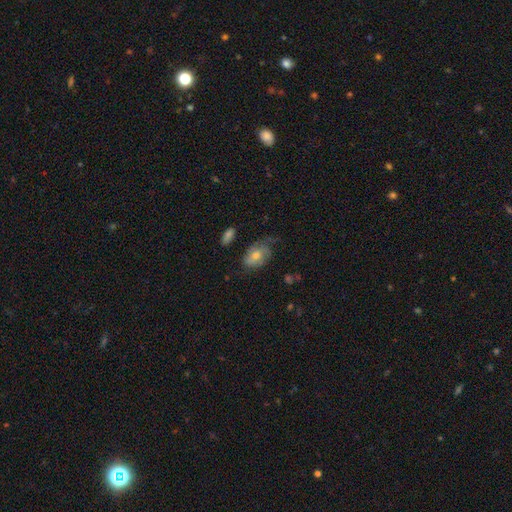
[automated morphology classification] The model was most divided on "merging": none: 50%, minor disturbance: 28%, major disturbance: 19%, merger: 2%. More confident: edge-on disk — no (95%); spiral arms — yes (82%); bar — no (74%); bulge size — moderate (62%); smooth or featured — featured or disk (58%).